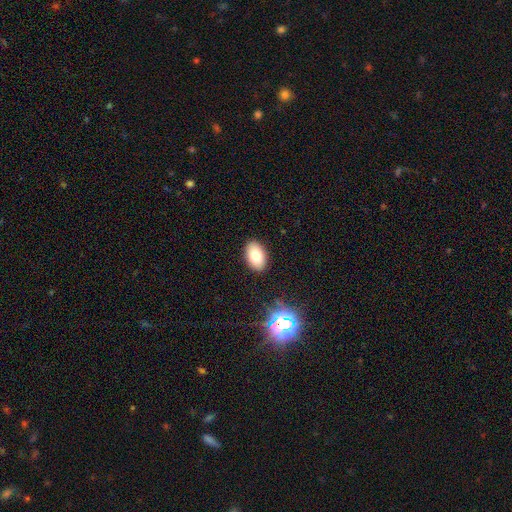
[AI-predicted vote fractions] A smooth galaxy with no disk features (77%) that is in between round and cigar-shaped (90%). Merging: none (89%).